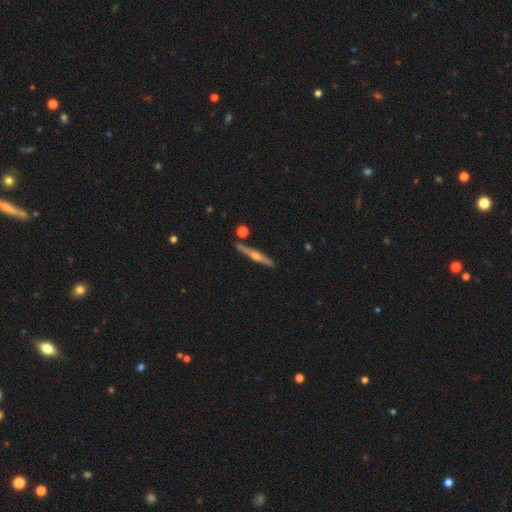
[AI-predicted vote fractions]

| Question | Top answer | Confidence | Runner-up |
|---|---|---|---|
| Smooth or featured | featured or disk | 70% | smooth (24%) |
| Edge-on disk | yes | 97% | no (3%) |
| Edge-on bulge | rounded | 89% | none (7%) |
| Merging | none | 87% | minor disturbance (8%) |